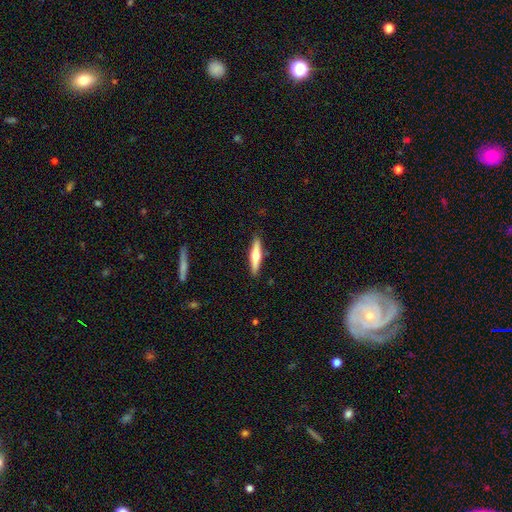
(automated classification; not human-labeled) Overall: featured or disk (51%; smooth 44%). Edge-on disk: yes (95%). Merging: none (90%).